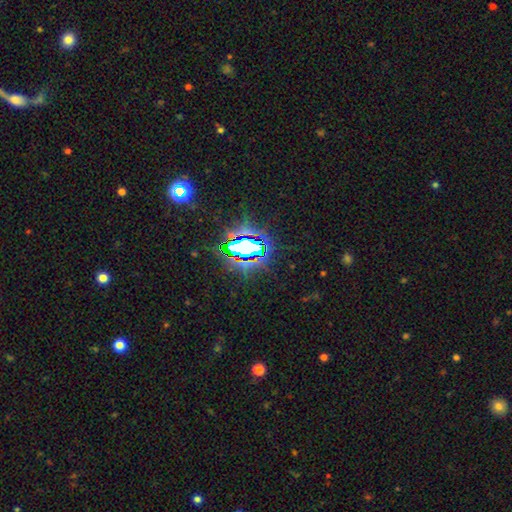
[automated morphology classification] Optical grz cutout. It shows a star or artifact, not a galaxy (75%).